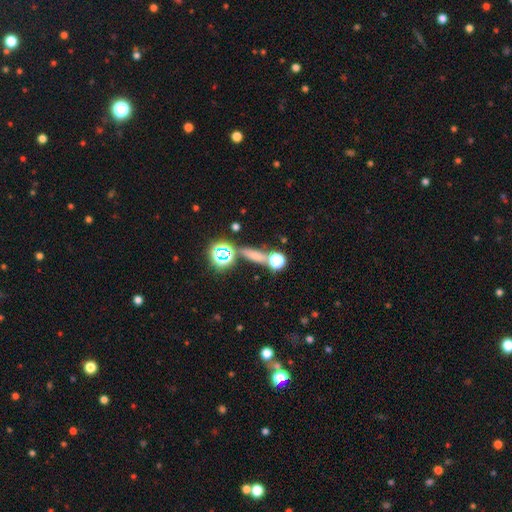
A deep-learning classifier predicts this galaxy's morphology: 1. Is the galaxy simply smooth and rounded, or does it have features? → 54% smooth, 28% star or artifact, 18% featured or disk.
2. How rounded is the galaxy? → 52% cigar-shaped, 29% in between, 19% round.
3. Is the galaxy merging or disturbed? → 70% none, 15% merger, 11% minor disturbance, 5% major disturbance.